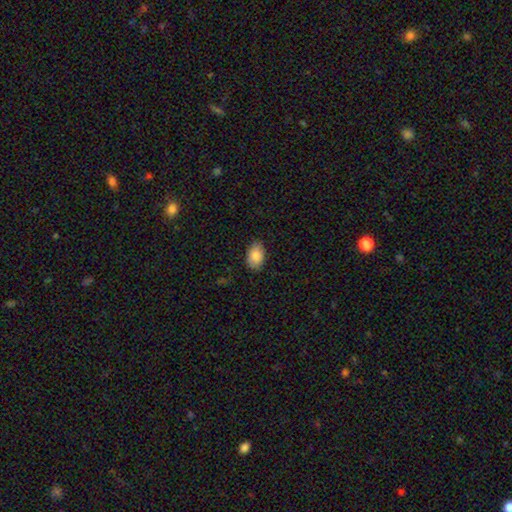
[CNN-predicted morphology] This is clearly a smooth galaxy (86%). How rounded: clearly in between (89%). Merging: clearly none (86%).